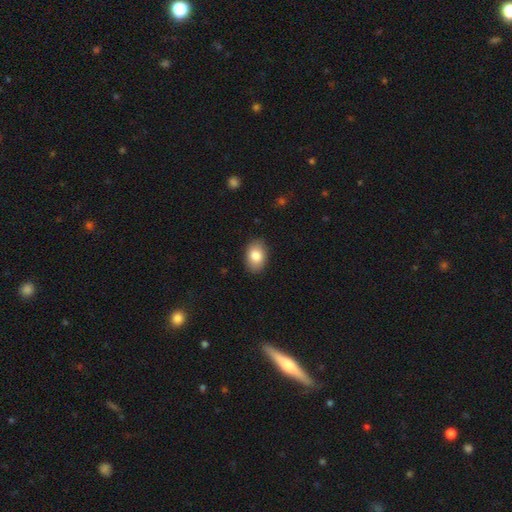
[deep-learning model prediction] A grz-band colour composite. It shows a smooth galaxy with no disk features (83%) that is in between round and cigar-shaped (83%). Merging: none (87%).